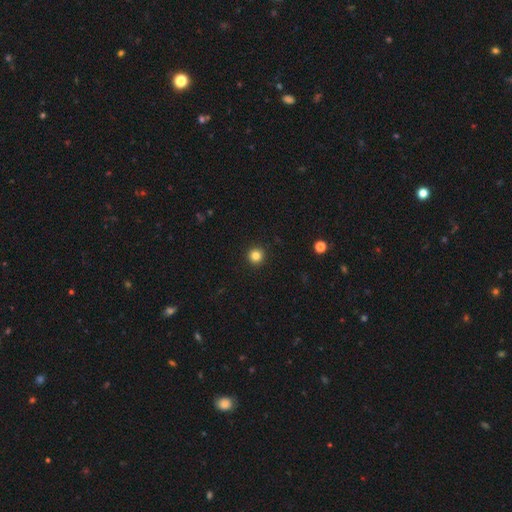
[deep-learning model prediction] A smooth galaxy with no disk features (83%) that is round (96%).

Vote fractions:
- Smooth or featured? smooth: 83% / star or artifact: 12% / featured or disk: 5%
- How rounded? round: 96% / in between: 3% / cigar-shaped: 1%
- Merging? none: 94% / minor disturbance: 4% / major disturbance: 1% / merger: 1%